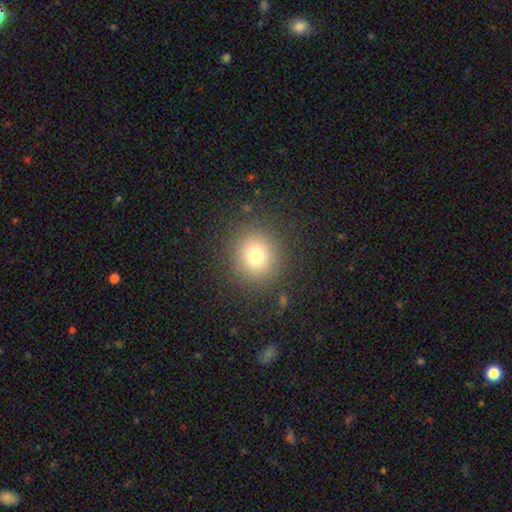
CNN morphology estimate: Smooth or featured: smooth — 75% (star or artifact — 15%)
How rounded: round — 89% (in between — 10%)
Merging: none — 88% (minor disturbance — 7%)